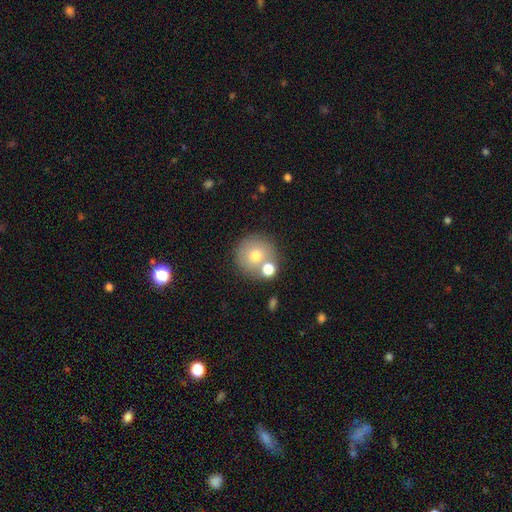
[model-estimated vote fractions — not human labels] Q: Smooth or featured?
A: smooth (72%); runner-up: featured or disk (17%)
Q: How rounded?
A: round (93%); runner-up: in between (6%)
Q: Merging?
A: none (66%); runner-up: merger (21%)